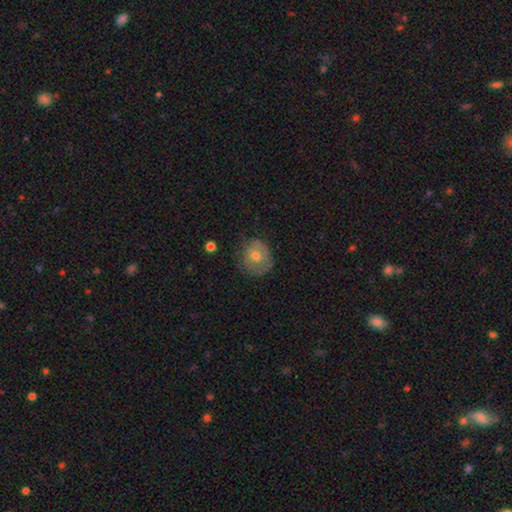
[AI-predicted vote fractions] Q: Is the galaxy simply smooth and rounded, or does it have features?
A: smooth — 54%.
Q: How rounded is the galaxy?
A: round — 77%.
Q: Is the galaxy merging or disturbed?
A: none — 66%.